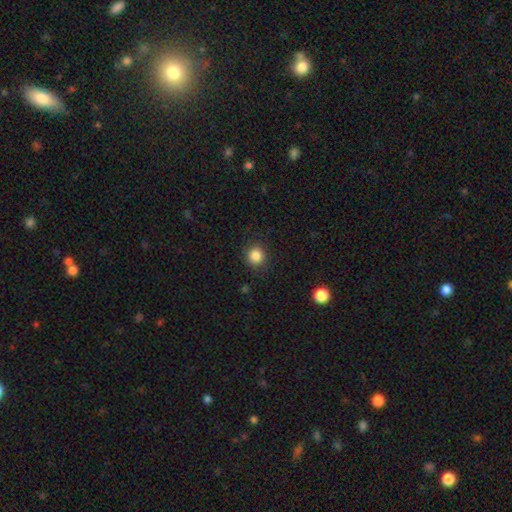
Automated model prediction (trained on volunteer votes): Morphology: type=smooth (85%); roundness=round (89%); merging=none (88%).